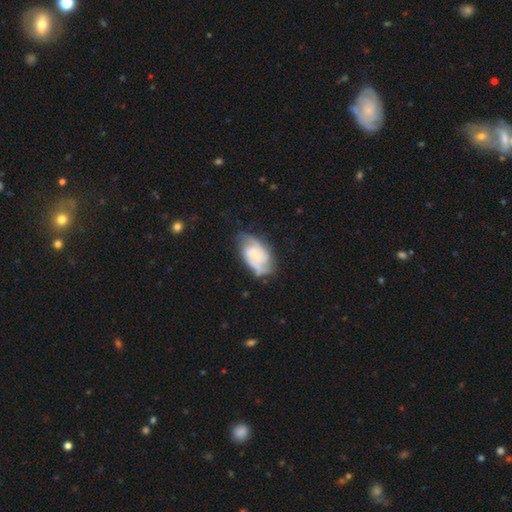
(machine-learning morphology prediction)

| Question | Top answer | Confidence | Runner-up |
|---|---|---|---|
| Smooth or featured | featured or disk | 70% | smooth (24%) |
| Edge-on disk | no | 96% | yes (4%) |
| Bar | no | 60% | weak (34%) |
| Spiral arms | yes | 88% | no (12%) |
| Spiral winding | medium | 43% | tight (41%) |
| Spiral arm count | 2 | 57% | can't tell (24%) |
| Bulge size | small | 52% | moderate (32%) |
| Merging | none | 57% | minor disturbance (28%) |